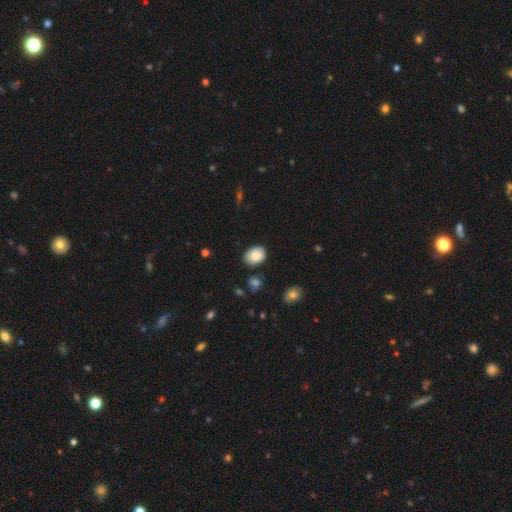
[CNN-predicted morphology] smooth 85%, featured or disk 8%, star or artifact 7%. Down the decision tree: how rounded — in between (74%); merging — none (81%).